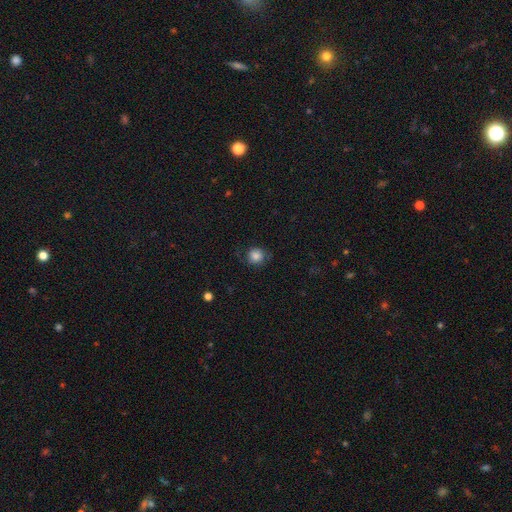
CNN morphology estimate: A smooth galaxy with no disk features (83%) that is round (88%). Merging: none (74%).